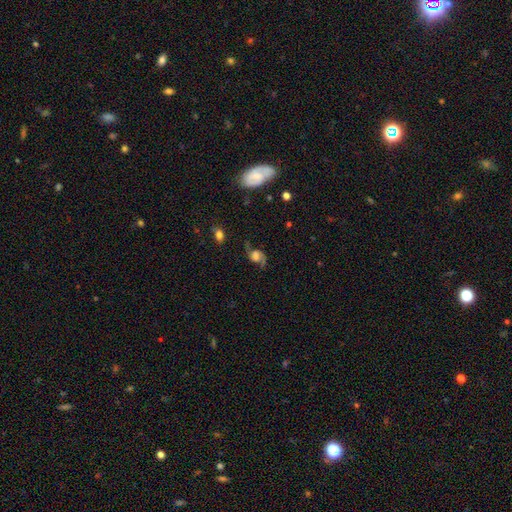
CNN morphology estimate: Smooth or featured?
  - featured or disk: 73% *
  - smooth: 17%
  - star or artifact: 10%
Edge-on disk?
  - no: 96% *
  - yes: 4%
Bar?
  - no: 61% *
  - weak: 31%
  - strong: 8%
Spiral arms?
  - yes: 94% *
  - no: 6%
Spiral winding?
  - loose: 66% *
  - medium: 28%
  - tight: 6%
Spiral arm count?
  - 2: 90% *
  - 1: 5%
  - can't tell: 2%
  - 3: 1%
  - 4: 1%
  - more than 4: 1%
Bulge size?
  - large: 37% *
  - none: 22%
  - moderate: 20%
  - small: 12%
  - dominant: 10%
Merging?
  - none: 65% *
  - minor disturbance: 17%
  - major disturbance: 14%
  - merger: 3%